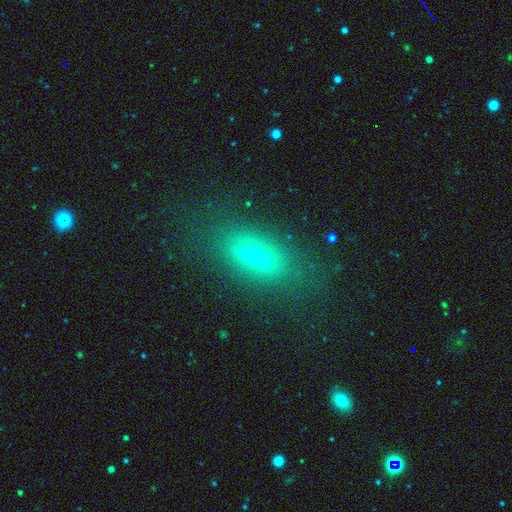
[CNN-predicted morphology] This appears to be a smooth galaxy with no disk features (57%) that is in between round and cigar-shaped (71%). Merging: none (79%).